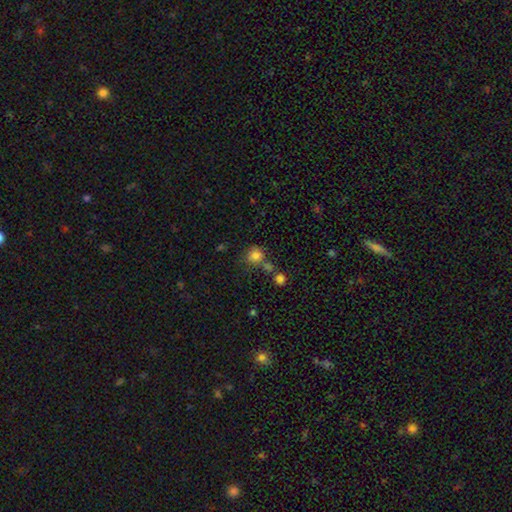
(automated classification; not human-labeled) This appears to be a smooth galaxy with no disk features (80%) that is round (81%). Merging: none (59%).